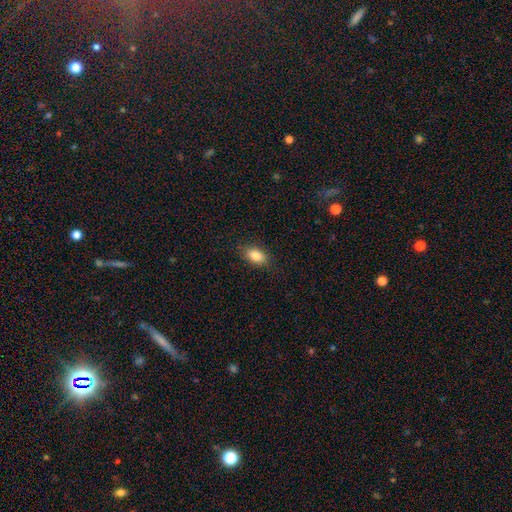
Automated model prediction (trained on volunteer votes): This appears to be a smooth galaxy with no disk features (85%) that is in between round and cigar-shaped (88%). Merging: none (87%).